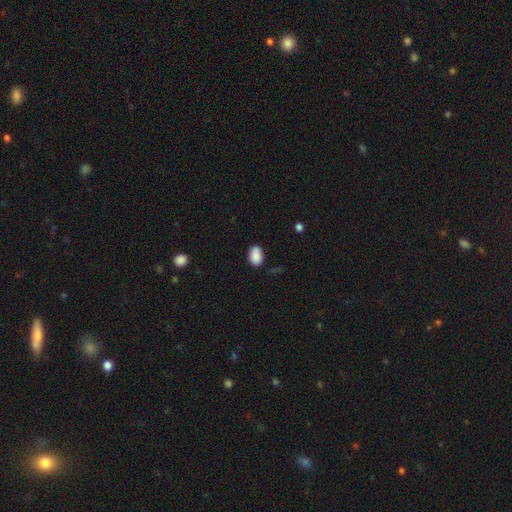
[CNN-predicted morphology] A smooth galaxy with no disk features (88%) that is in between round and cigar-shaped (88%). Merging: none (74%).